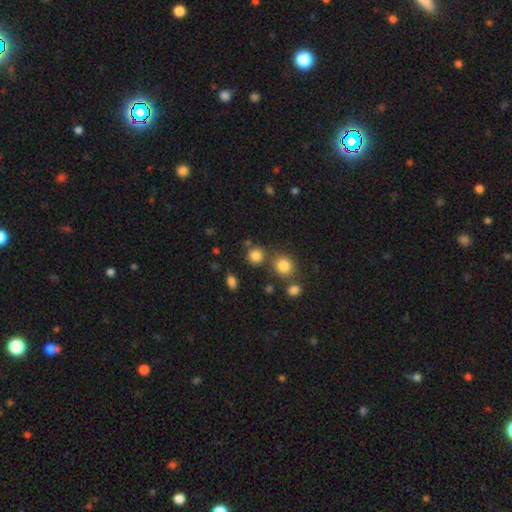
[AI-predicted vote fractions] The model was most divided on "merging": none: 71%, merger: 16%, minor disturbance: 9%, major disturbance: 4%. More confident: how rounded — round (86%); smooth or featured — smooth (82%).